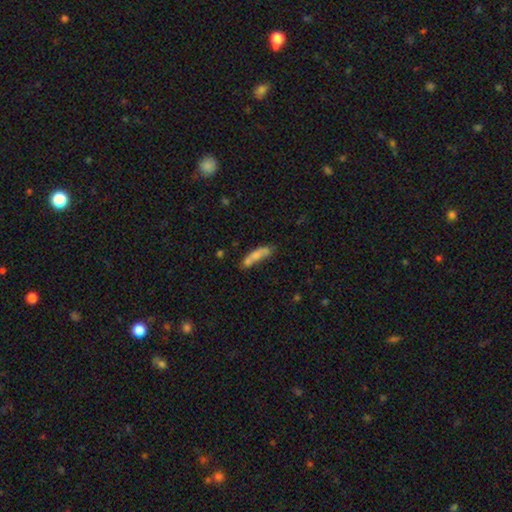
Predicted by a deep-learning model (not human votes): This is likely a smooth galaxy (68%). How rounded: likely cigar-shaped (63%). Merging: marginally none (43%).